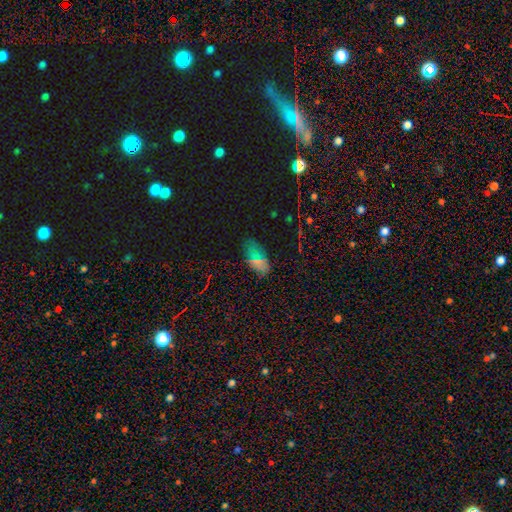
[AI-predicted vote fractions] A smooth galaxy with no disk features (56%) that is in between round and cigar-shaped (90%).

Vote fractions:
- Smooth or featured? smooth: 56% / star or artifact: 35% / featured or disk: 10%
- How rounded? in between: 90% / round: 5% / cigar-shaped: 5%
- Merging? none: 76% / minor disturbance: 17% / major disturbance: 5% / merger: 2%